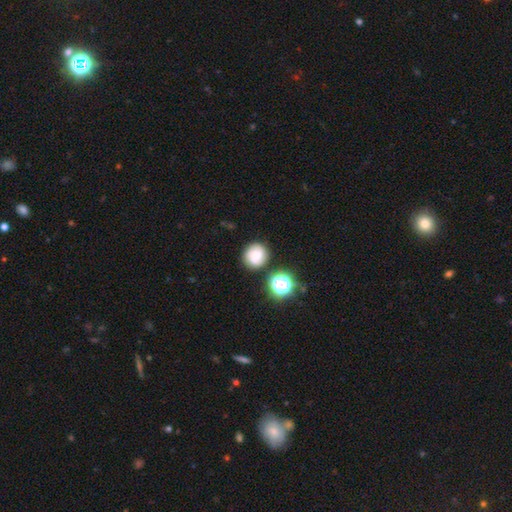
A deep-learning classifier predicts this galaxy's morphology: Smooth or featured: smooth — 58% (featured or disk — 29%)
How rounded: round — 89% (in between — 10%)
Merging: none — 77% (minor disturbance — 12%)